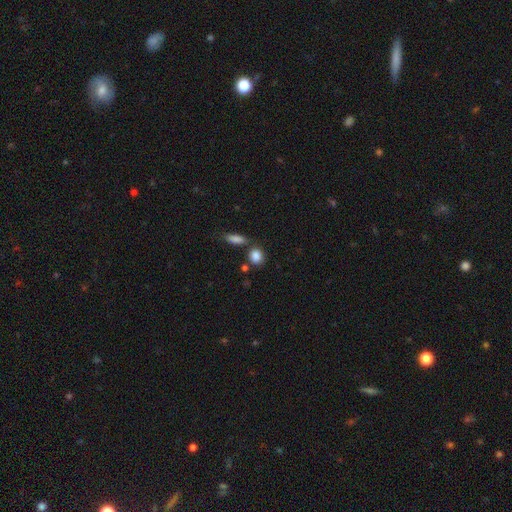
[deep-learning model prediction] smooth 86%, star or artifact 9%, featured or disk 5%. Down the decision tree: how rounded — round (59%); merging — none (68%).